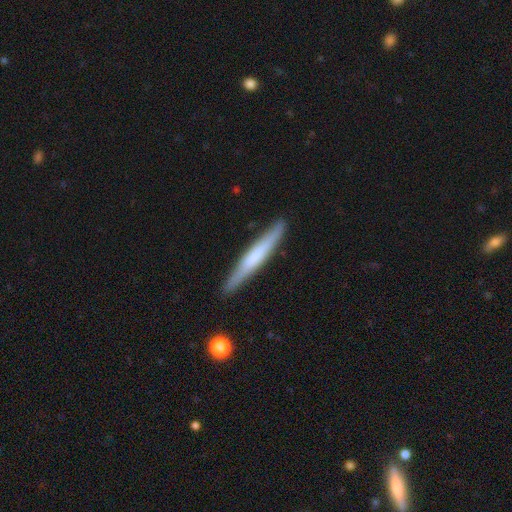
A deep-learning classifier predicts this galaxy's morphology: Smooth or featured? Predicted: featured or disk (p=0.48). Merging? Predicted: none (p=0.89).